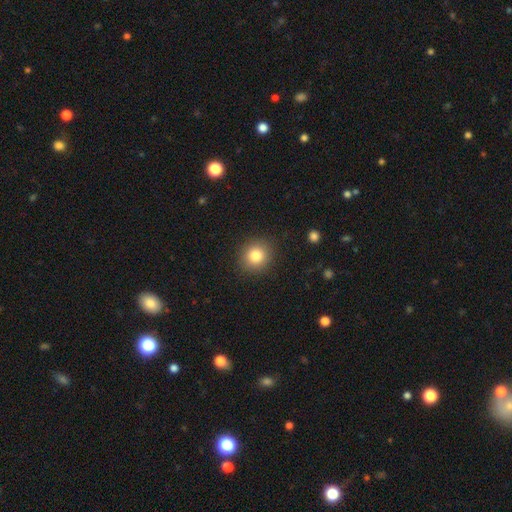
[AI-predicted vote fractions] smooth-or-featured: smooth: 82% | star or artifact: 10% | featured or disk: 7%
  how-rounded: round: 82% | in between: 17% | cigar-shaped: 1%
  merging: none: 89% | minor disturbance: 7% | major disturbance: 3% | merger: 1%